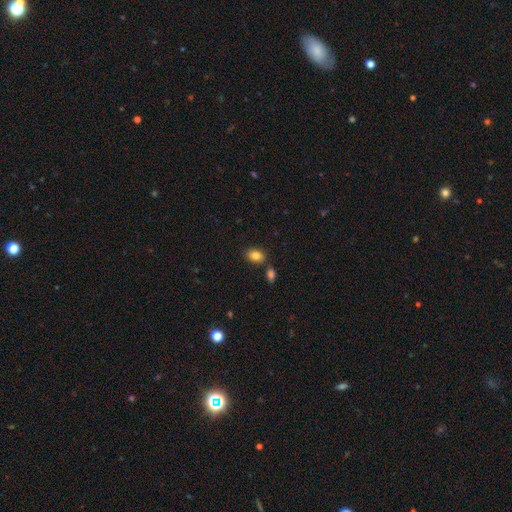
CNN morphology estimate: Smooth or featured? Predicted: smooth (p=0.85). How rounded? Predicted: in between (p=0.81). Merging? Predicted: none (p=0.75).